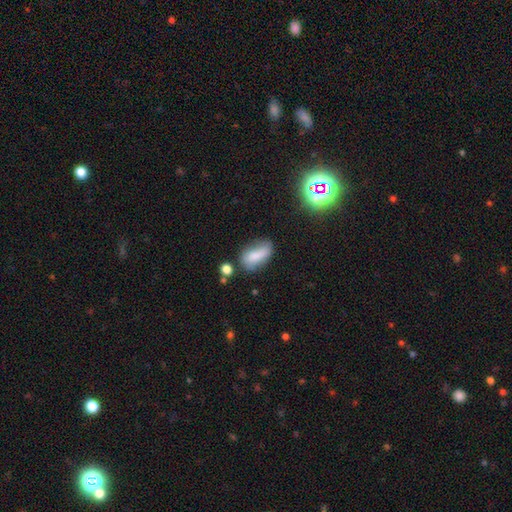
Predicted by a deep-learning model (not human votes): Smooth or featured? Predicted: smooth (p=0.75). How rounded? Predicted: in between (p=0.87). Merging? Predicted: none (p=0.48).